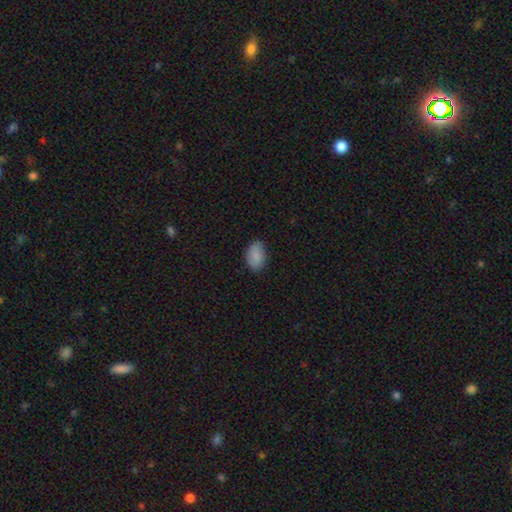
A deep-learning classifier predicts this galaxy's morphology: smooth-or-featured: smooth: 87% | star or artifact: 7% | featured or disk: 6%
  how-rounded: in between: 91% | round: 7% | cigar-shaped: 1%
  merging: none: 82% | minor disturbance: 14% | major disturbance: 3% | merger: 1%